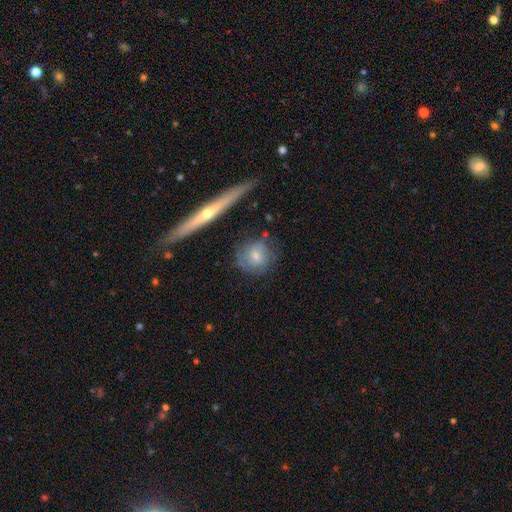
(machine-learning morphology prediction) featured or disk 46%, smooth 45%, star or artifact 8%. Down the decision tree: merging — none (69%).